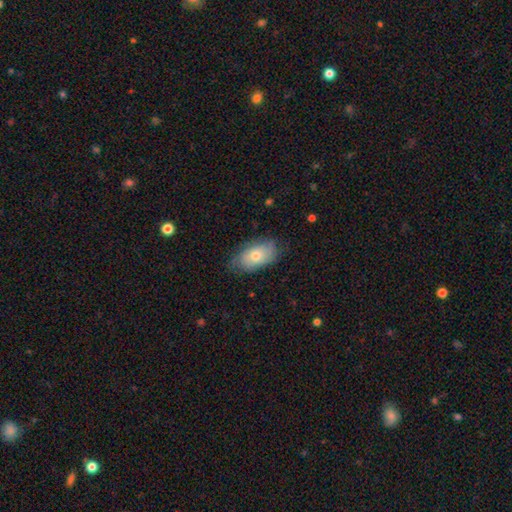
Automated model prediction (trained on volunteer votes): A smooth galaxy with no disk features (68%) that is in between round and cigar-shaped (92%).

Vote fractions:
- Smooth or featured? smooth: 68% / featured or disk: 25% / star or artifact: 7%
- How rounded? in between: 92% / round: 5% / cigar-shaped: 3%
- Merging? none: 70% / minor disturbance: 23% / major disturbance: 6% / merger: 1%